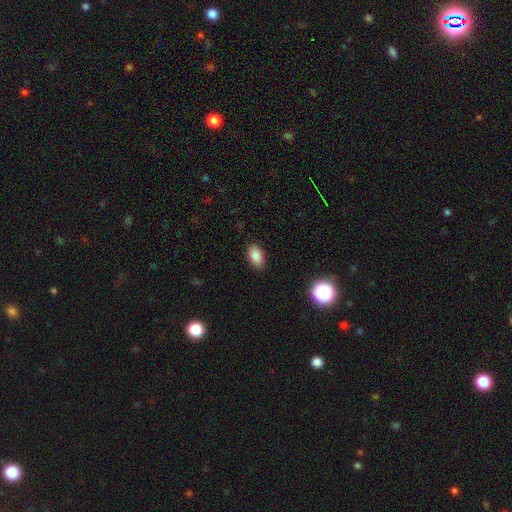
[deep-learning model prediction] Smooth or featured? smooth (86%)
How rounded? in between (90%)
Merging? none (88%)